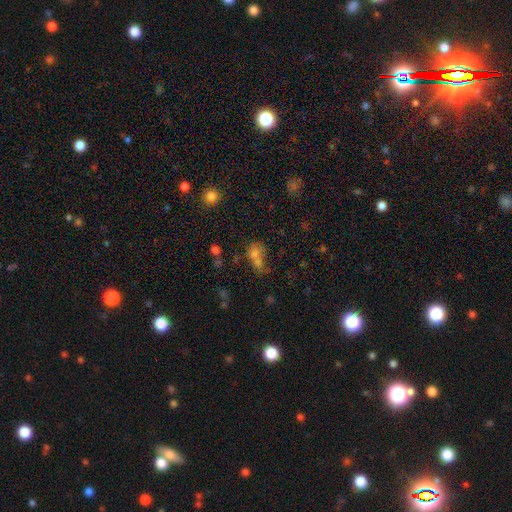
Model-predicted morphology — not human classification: smooth_or_featured: smooth (p=0.65) [alt: star or artifact p=0.18]
how_rounded: in between (p=0.51) [alt: round p=0.47]
merging: merger (p=0.53) [alt: none p=0.26]